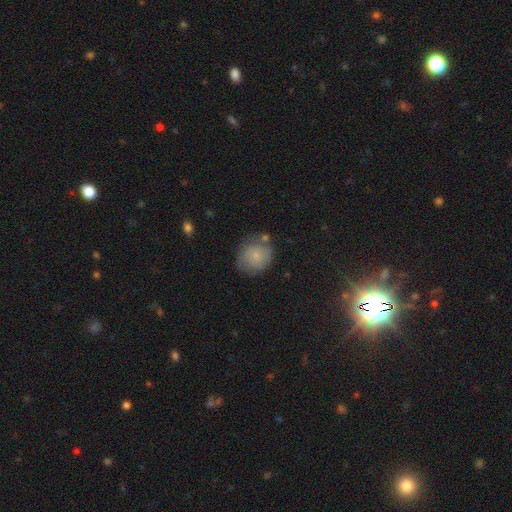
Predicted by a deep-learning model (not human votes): smooth 74%, featured or disk 18%, star or artifact 8%. Down the decision tree: how rounded — round (79%); merging — none (63%).